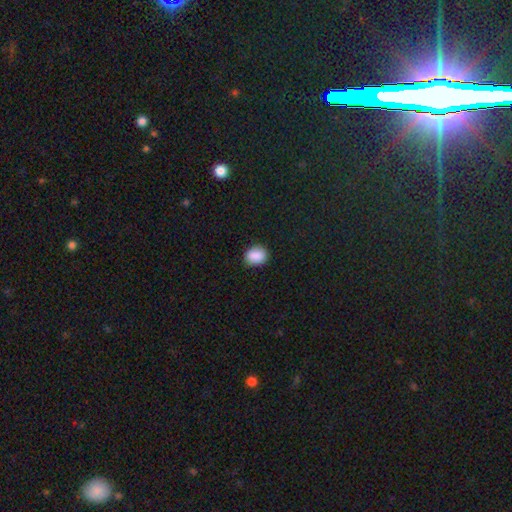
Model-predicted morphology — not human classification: A smooth galaxy with no disk features (89%) that is in between round and cigar-shaped (51%).

Vote fractions:
- Smooth or featured? smooth: 89% / star or artifact: 8% / featured or disk: 3%
- How rounded? in between: 51% / round: 48% / cigar-shaped: 1%
- Merging? none: 87% / minor disturbance: 10% / major disturbance: 2% / merger: 1%